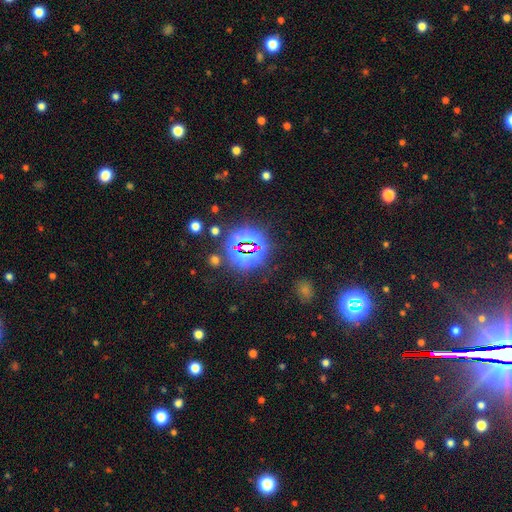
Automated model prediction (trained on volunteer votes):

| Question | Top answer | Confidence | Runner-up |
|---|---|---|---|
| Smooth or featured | star or artifact | 83% | smooth (9%) |